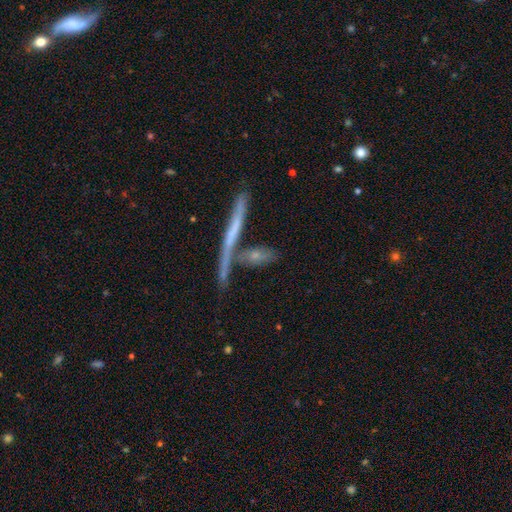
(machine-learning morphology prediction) Smooth or featured: smooth — 52% (featured or disk — 39%)
How rounded: cigar-shaped — 70% (in between — 25%)
Merging: none — 40% (merger — 39%)